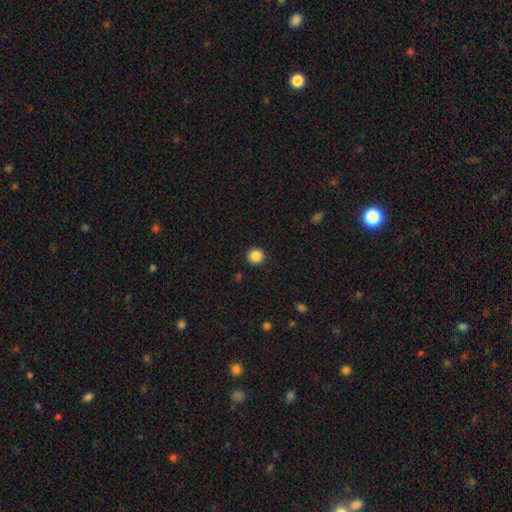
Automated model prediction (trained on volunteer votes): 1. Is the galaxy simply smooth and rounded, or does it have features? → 87% smooth, 10% star or artifact, 3% featured or disk.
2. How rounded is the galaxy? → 94% round, 5% in between, 1% cigar-shaped.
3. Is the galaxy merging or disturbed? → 92% none, 5% minor disturbance, 2% major disturbance, 1% merger.